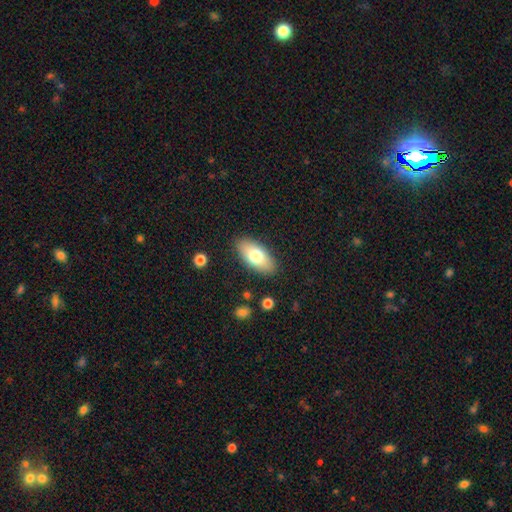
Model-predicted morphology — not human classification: A smooth galaxy with no disk features (73%) that is in between round and cigar-shaped (88%).

Vote fractions:
- Smooth or featured? smooth: 73% / featured or disk: 21% / star or artifact: 6%
- How rounded? in between: 88% / cigar-shaped: 9% / round: 3%
- Merging? none: 87% / minor disturbance: 9% / major disturbance: 2% / merger: 1%